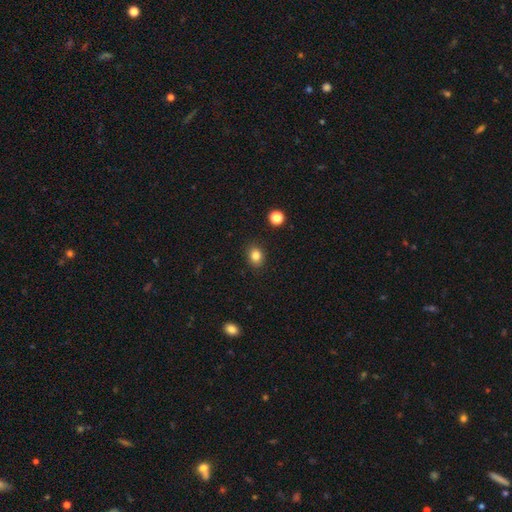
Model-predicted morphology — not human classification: Smooth or featured? smooth (83%)
How rounded? round (56%)
Merging? none (88%)